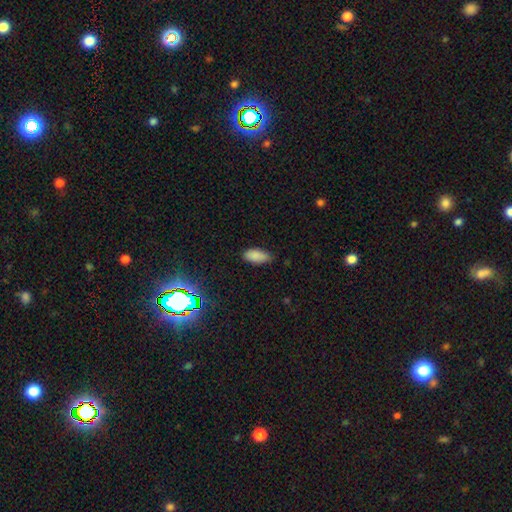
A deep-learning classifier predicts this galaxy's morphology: Smooth or featured: smooth — 85% (star or artifact — 10%)
How rounded: in between — 88% (cigar-shaped — 9%)
Merging: none — 76% (minor disturbance — 20%)